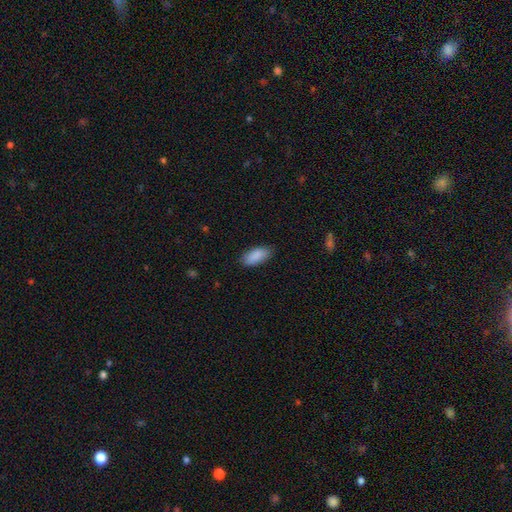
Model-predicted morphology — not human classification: This is clearly a smooth galaxy (90%). How rounded: clearly in between (88%). Merging: clearly none (84%).